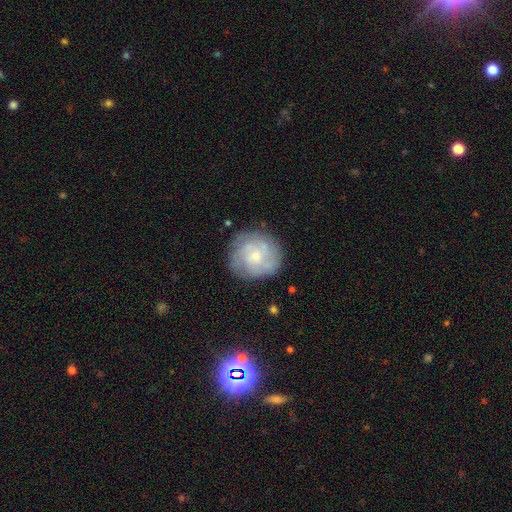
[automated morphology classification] Smooth or featured? Predicted: featured or disk (p=0.58). Edge-on disk? Predicted: no (p=0.98). Bar? Predicted: no (p=0.76). Spiral arms? Predicted: yes (p=0.80). Bulge size? Predicted: small (p=0.61). Merging? Predicted: none (p=0.78).